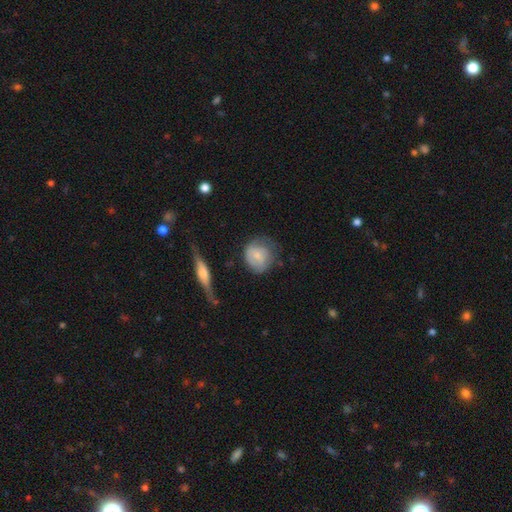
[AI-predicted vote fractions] Morphology: type=smooth (57%); roundness=round (77%); merging=none (54%).